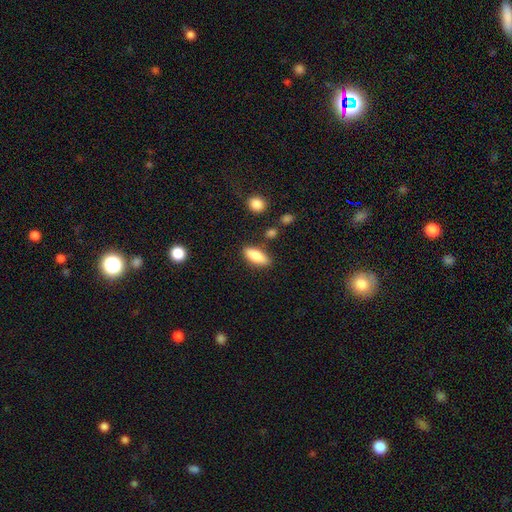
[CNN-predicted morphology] Smooth or featured? Predicted: smooth (p=0.77). How rounded? Predicted: in between (p=0.71). Merging? Predicted: none (p=0.82).